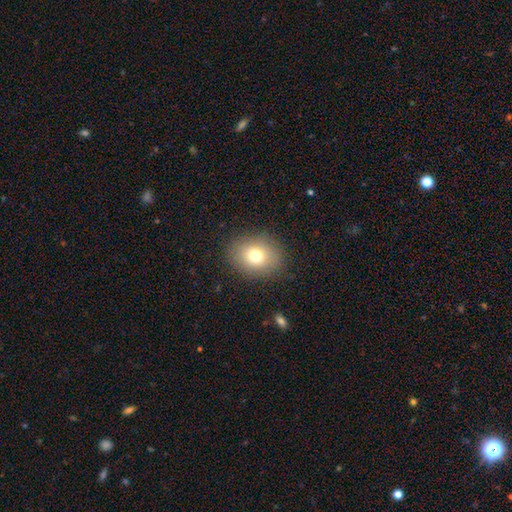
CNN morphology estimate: The model was most divided on "how rounded": round: 50%, in between: 49%, cigar-shaped: 1%. More confident: merging — none (86%); smooth or featured — smooth (75%).